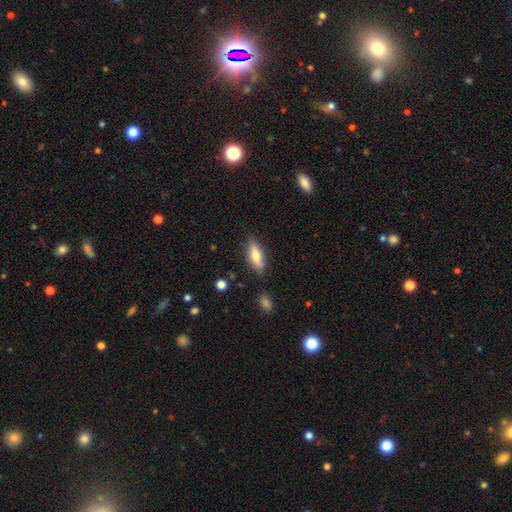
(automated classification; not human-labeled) smooth-or-featured: smooth: 58% | featured or disk: 35% | star or artifact: 7%
  how-rounded: in between: 54% | cigar-shaped: 44% | round: 3%
  merging: none: 80% | minor disturbance: 14% | major disturbance: 3% | merger: 2%